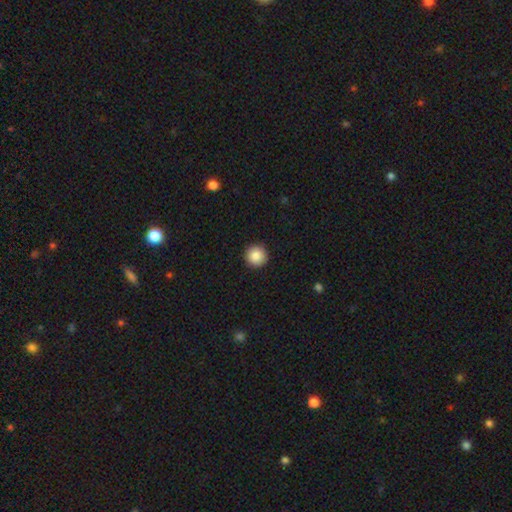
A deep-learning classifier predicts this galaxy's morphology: This appears to be a smooth galaxy with no disk features (87%) that is round (96%). Merging: none (93%).